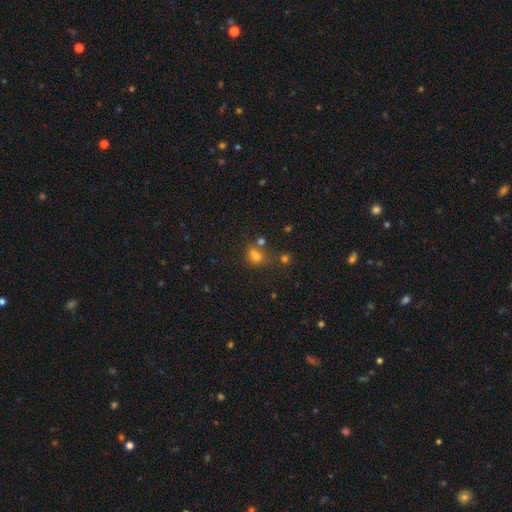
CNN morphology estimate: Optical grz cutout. It shows a smooth galaxy with no disk features (63%) that is round (60%). Merging: none (44%).